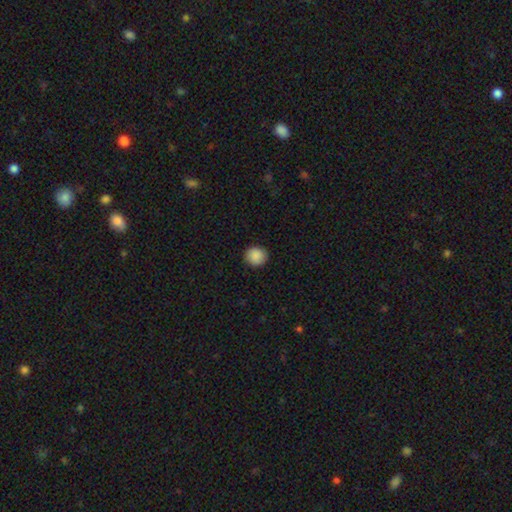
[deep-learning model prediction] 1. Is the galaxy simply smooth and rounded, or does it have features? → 89% smooth, 8% star or artifact, 3% featured or disk.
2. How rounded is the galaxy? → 89% round, 10% in between, 1% cigar-shaped.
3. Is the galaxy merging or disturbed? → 91% none, 7% minor disturbance, 2% major disturbance, 1% merger.